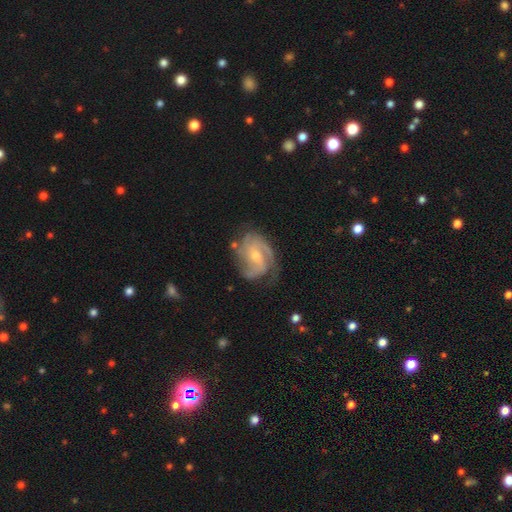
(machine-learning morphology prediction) smooth-or-featured: featured or disk: 88% | smooth: 6% | star or artifact: 5%
  disk-edge-on: no: 97% | yes: 3%
    bar: no: 48% | weak: 40% | strong: 12%
    has-spiral-arms: yes: 97% | no: 3%
      spiral-winding: medium: 44% (tied) | tight: 44% (tied) | loose: 13%
      spiral-arm-count: 3: 36% | 2: 31% | can't tell: 15% | 4: 8% | 1: 5% | more than 4: 5%
    bulge-size: small: 52% | moderate: 45% | large: 1% | none: 1% | dominant: 1%
  merging: none: 68% | minor disturbance: 21% | major disturbance: 9% | merger: 2%